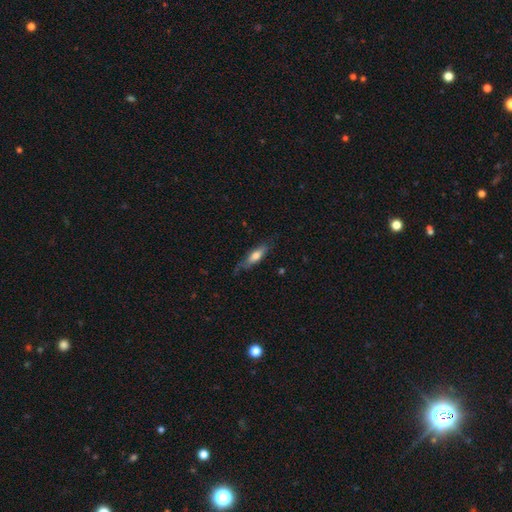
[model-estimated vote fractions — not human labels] smooth-or-featured: smooth: 63% | featured or disk: 30% | star or artifact: 6%
  how-rounded: cigar-shaped: 60% | in between: 38% | round: 2%
  merging: none: 69% | minor disturbance: 24% | major disturbance: 5% | merger: 2%